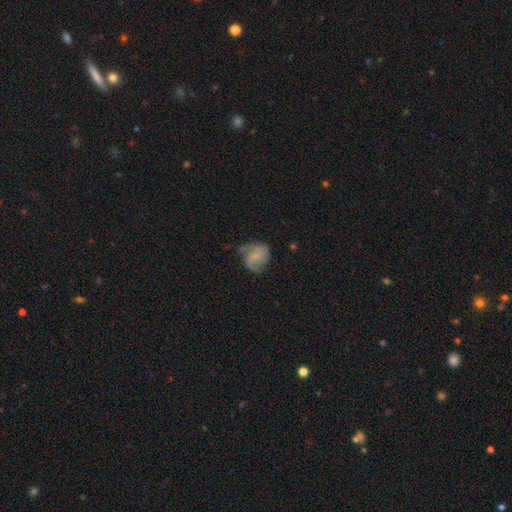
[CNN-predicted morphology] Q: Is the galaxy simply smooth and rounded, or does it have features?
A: featured or disk — 65%.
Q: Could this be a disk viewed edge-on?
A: no — 98%.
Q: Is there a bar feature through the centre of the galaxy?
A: no — 70%.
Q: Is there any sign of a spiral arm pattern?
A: yes — 91%.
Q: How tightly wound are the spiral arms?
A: medium — 47%.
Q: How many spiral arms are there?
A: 2 — 47%.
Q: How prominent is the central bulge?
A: small — 62%.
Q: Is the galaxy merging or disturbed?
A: none — 58%.